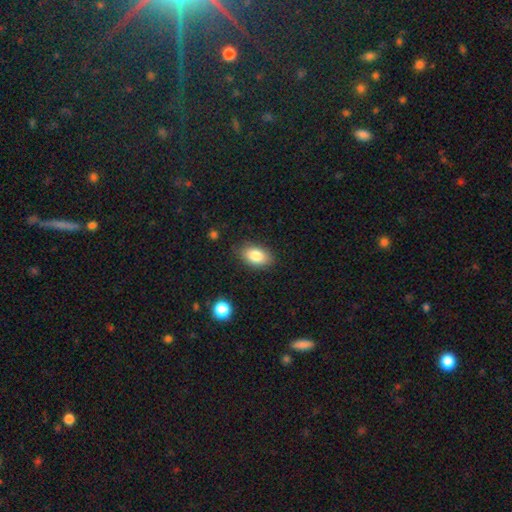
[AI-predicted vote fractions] Q: Smooth or featured?
A: smooth (83%); runner-up: featured or disk (9%)
Q: How rounded?
A: in between (90%); runner-up: round (8%)
Q: Merging?
A: none (84%); runner-up: minor disturbance (12%)